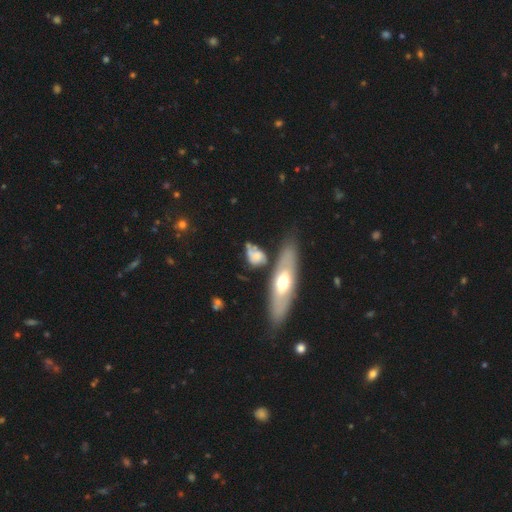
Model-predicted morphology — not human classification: Smooth or featured? Predicted: smooth (p=0.49). Merging? Predicted: none (p=0.49).